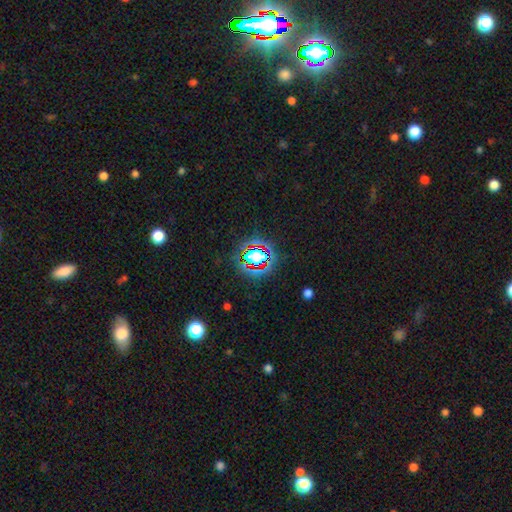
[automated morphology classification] A star or artifact, not a galaxy (62%).